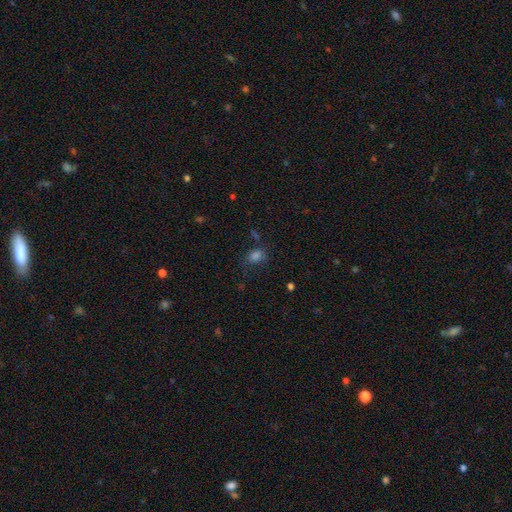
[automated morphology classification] A smooth galaxy with no disk features (76%) that is in between round and cigar-shaped (68%). Merging: none (66%).